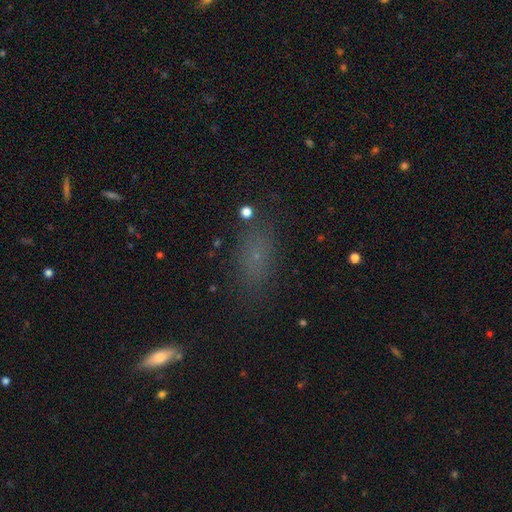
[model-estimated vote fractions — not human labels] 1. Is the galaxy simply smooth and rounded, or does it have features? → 64% smooth, 24% star or artifact, 12% featured or disk.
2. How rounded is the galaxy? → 75% in between, 17% cigar-shaped, 9% round.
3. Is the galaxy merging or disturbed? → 78% none, 14% minor disturbance, 5% major disturbance, 3% merger.